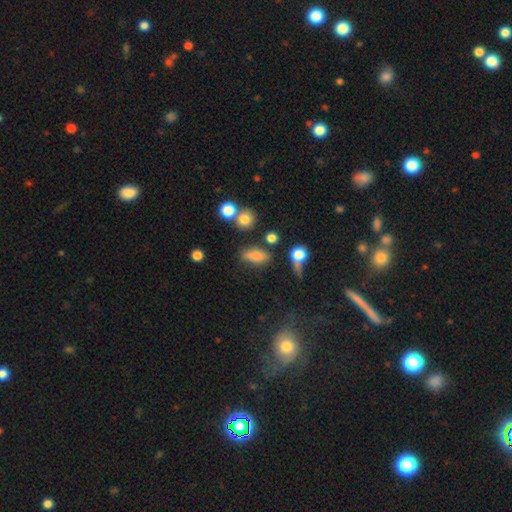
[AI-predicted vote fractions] A smooth galaxy with no disk features (76%) that is in between round and cigar-shaped (68%).

Vote fractions:
- Smooth or featured? smooth: 76% / star or artifact: 12% / featured or disk: 12%
- How rounded? in between: 68% / cigar-shaped: 23% / round: 9%
- Merging? none: 62% / minor disturbance: 19% / merger: 10% / major disturbance: 9%